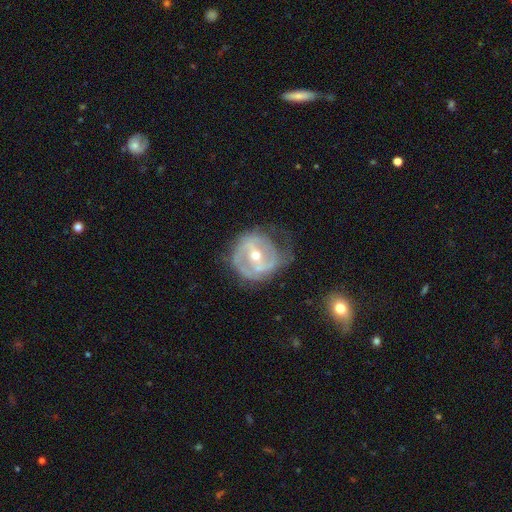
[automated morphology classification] This appears to be a featured or disk galaxy (81%) with a weak bar (41%), 2 (56%) tight (45%) spiral arms (83%) and a moderate central bulge (53%). Merging: none (52%).